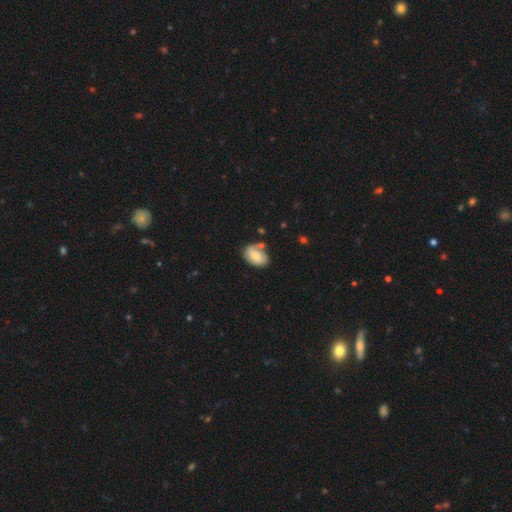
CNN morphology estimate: This is likely a smooth galaxy (65%). How rounded: clearly in between (84%). Merging: possibly none (52%).